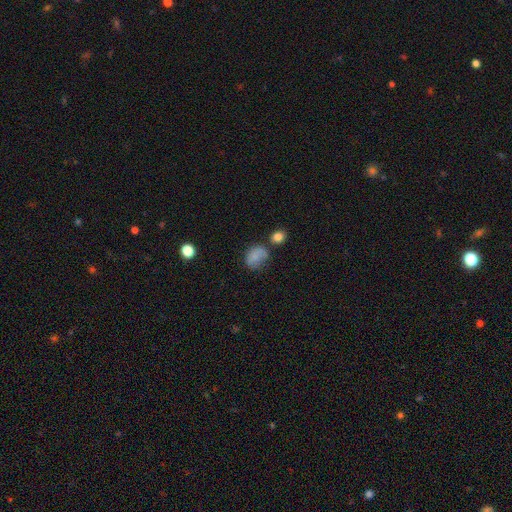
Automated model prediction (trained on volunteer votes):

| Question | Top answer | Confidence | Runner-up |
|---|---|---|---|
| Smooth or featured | smooth | 76% | star or artifact (12%) |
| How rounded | in between | 64% | round (35%) |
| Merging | none | 44% | minor disturbance (30%) |